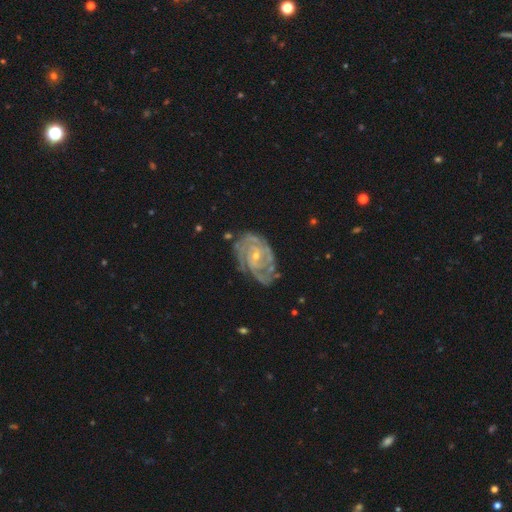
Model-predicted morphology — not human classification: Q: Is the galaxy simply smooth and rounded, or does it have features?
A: featured or disk — 84%.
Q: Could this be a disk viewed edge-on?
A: no — 97%.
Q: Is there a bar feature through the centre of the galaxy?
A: no — 62%.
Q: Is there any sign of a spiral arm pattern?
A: yes — 91%.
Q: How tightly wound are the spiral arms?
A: tight — 63%.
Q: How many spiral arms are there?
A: can't tell — 34%.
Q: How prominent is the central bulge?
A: small — 71%.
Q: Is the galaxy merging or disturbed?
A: none — 64%.